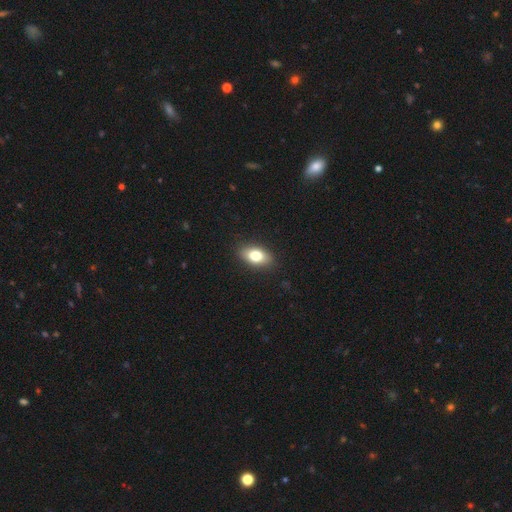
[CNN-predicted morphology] This appears to be a smooth galaxy with no disk features (78%) that is in between round and cigar-shaped (87%). Merging: none (88%).